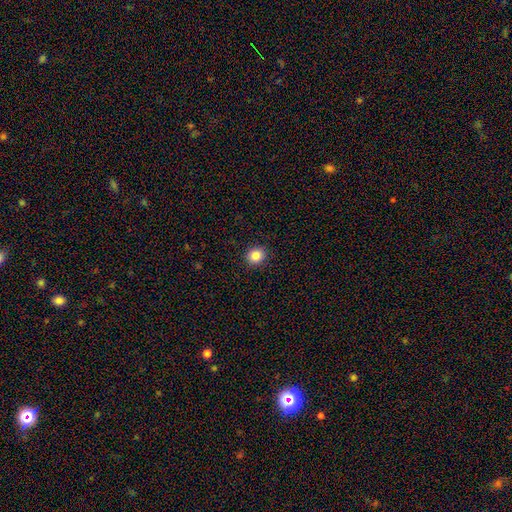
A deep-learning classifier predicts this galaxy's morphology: type=smooth (84%); roundness=round (82%); merging=none (91%).